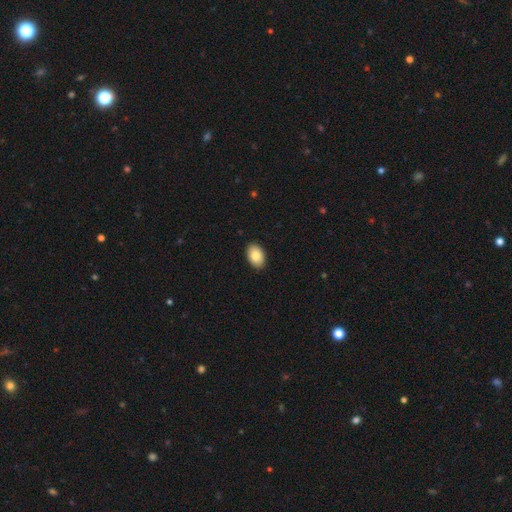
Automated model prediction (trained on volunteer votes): Smooth or featured: smooth — 86% (featured or disk — 7%)
How rounded: in between — 91% (round — 8%)
Merging: none — 90% (minor disturbance — 7%)